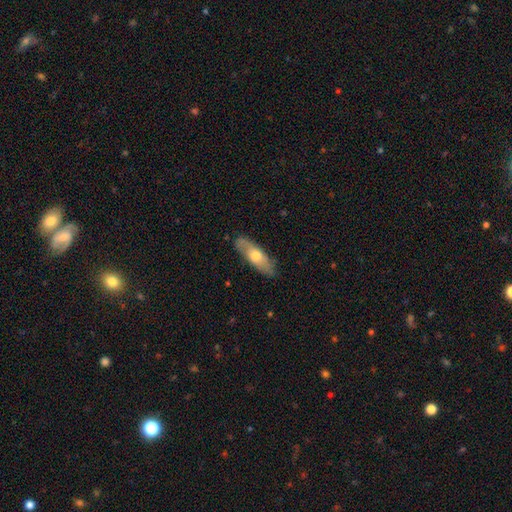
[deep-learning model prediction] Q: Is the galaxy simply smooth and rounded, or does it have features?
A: smooth — 53%.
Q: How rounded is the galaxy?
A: in between — 56%.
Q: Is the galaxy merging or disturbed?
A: none — 83%.